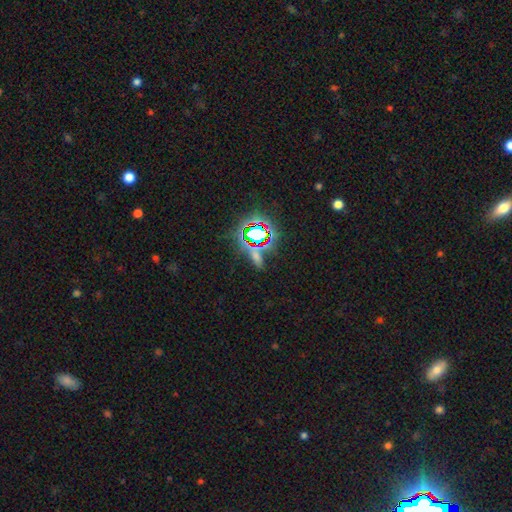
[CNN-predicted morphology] smooth_or_featured: star or artifact (p=0.55) [alt: smooth p=0.32]